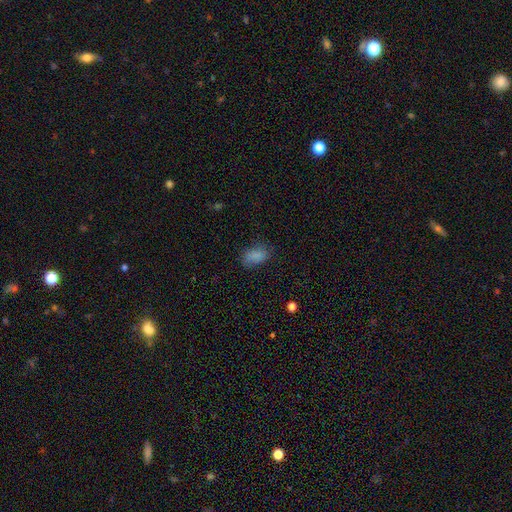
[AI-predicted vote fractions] smooth-or-featured: smooth: 82% | star or artifact: 10% | featured or disk: 7%
  how-rounded: in between: 88% | round: 10% | cigar-shaped: 2%
  merging: none: 72% | minor disturbance: 20% | major disturbance: 6% | merger: 1%